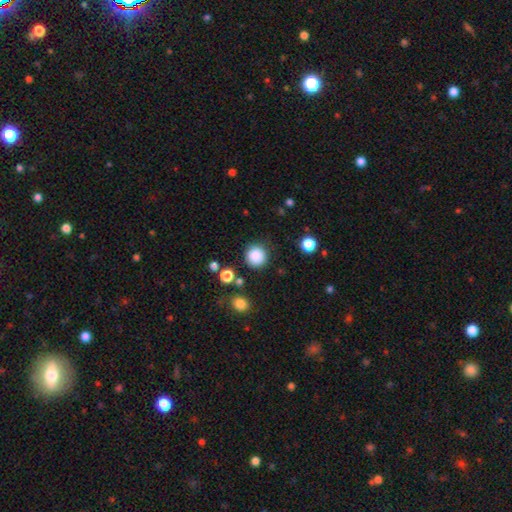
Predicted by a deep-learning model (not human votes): Smooth or featured?
  - smooth: 86% *
  - star or artifact: 10%
  - featured or disk: 4%
How rounded?
  - round: 94% *
  - in between: 5%
  - cigar-shaped: 1%
Merging?
  - none: 87% *
  - minor disturbance: 8%
  - major disturbance: 3%
  - merger: 3%